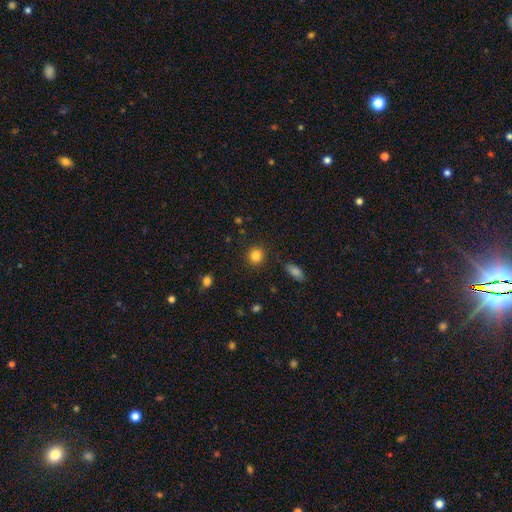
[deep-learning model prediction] This is clearly a smooth galaxy (85%). How rounded: clearly round (88%). Merging: clearly none (89%).